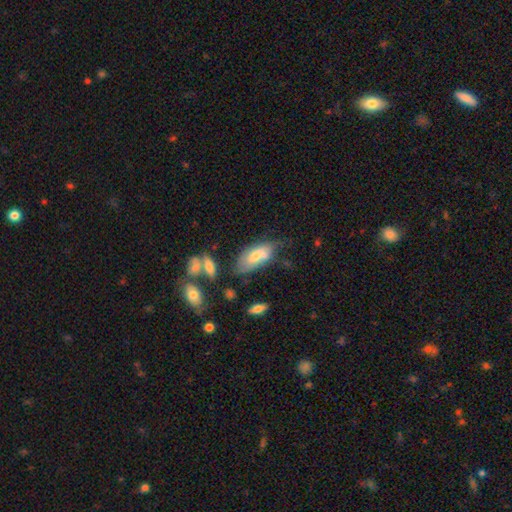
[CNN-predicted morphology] smooth_or_featured: smooth (p=0.59) [alt: featured or disk p=0.33]
how_rounded: in between (p=0.84) [alt: cigar-shaped p=0.13]
merging: none (p=0.41) [alt: minor disturbance p=0.29]